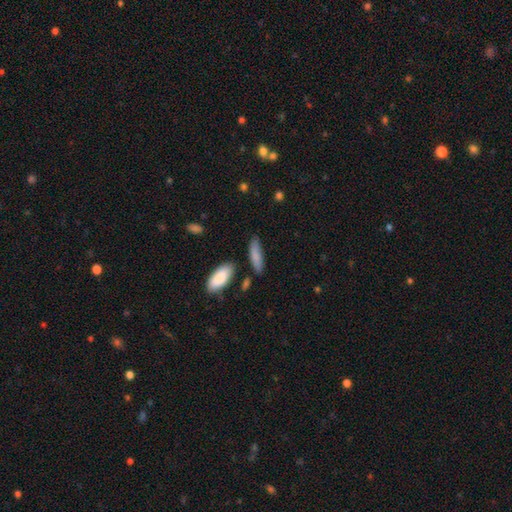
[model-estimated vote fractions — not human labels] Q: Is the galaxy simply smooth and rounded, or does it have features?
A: smooth — 84%.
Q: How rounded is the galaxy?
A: cigar-shaped — 54%.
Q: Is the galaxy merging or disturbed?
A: none — 76%.